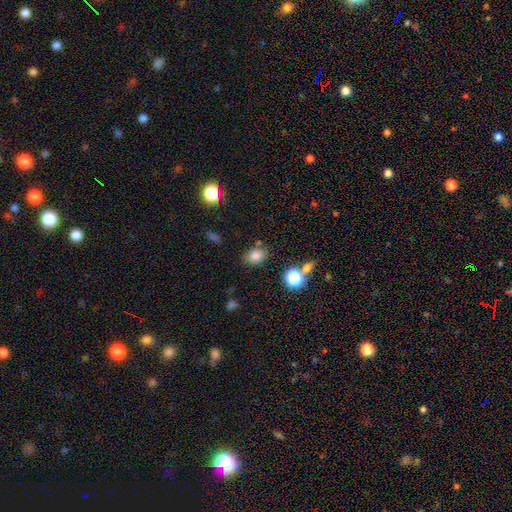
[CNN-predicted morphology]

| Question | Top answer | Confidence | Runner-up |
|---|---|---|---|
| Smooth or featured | smooth | 79% | star or artifact (13%) |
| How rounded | in between | 73% | round (26%) |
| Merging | none | 77% | minor disturbance (13%) |